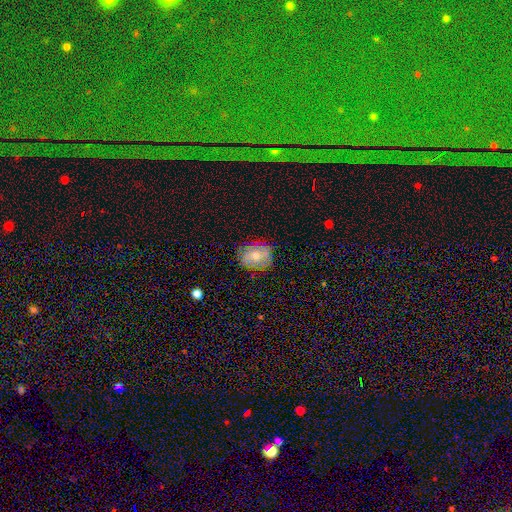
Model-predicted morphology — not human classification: Smooth or featured? Predicted: smooth (p=0.48). Merging? Predicted: none (p=0.76).